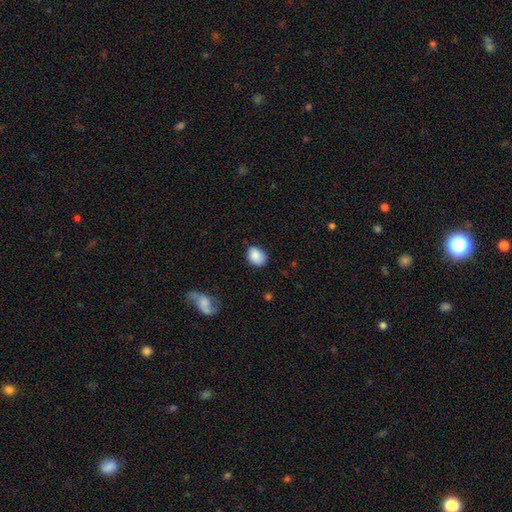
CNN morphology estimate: type=smooth (86%); roundness=in between (56%); merging=none (69%).